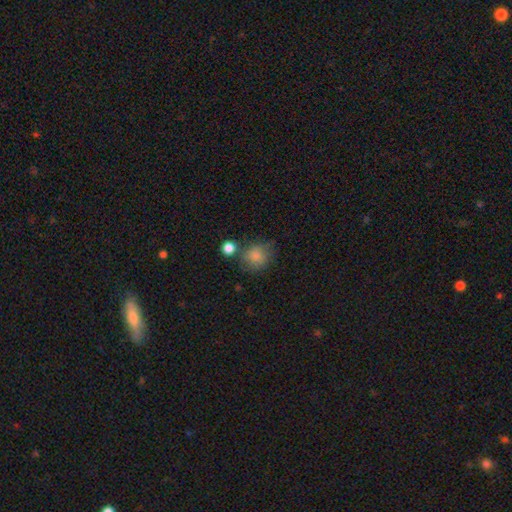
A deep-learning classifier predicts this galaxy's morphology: smooth-or-featured: smooth: 81% | star or artifact: 10% | featured or disk: 9%
  how-rounded: round: 76% | in between: 23% | cigar-shaped: 1%
  merging: none: 59% | minor disturbance: 21% | merger: 11% | major disturbance: 8%